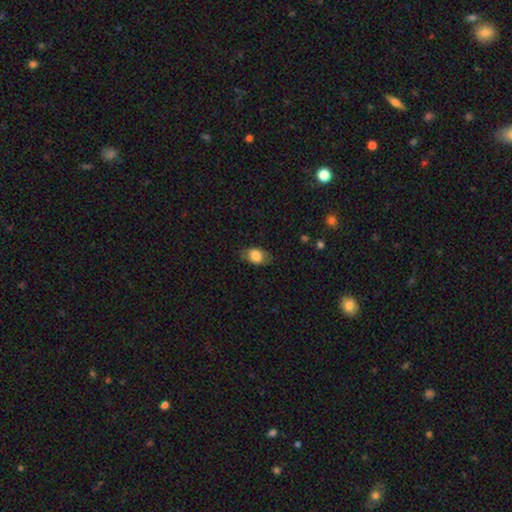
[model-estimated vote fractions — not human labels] Smooth or featured? Predicted: smooth (p=0.80). How rounded? Predicted: in between (p=0.81). Merging? Predicted: none (p=0.76).